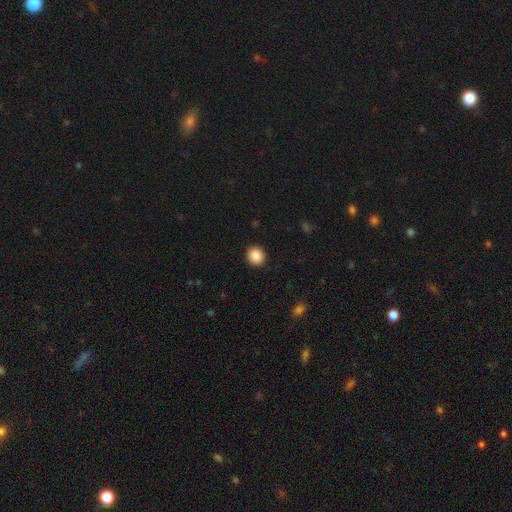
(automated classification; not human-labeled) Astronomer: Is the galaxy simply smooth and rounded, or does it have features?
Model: smooth — 88%.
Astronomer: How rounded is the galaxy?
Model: round — 89%.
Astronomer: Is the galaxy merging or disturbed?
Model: none — 92%.